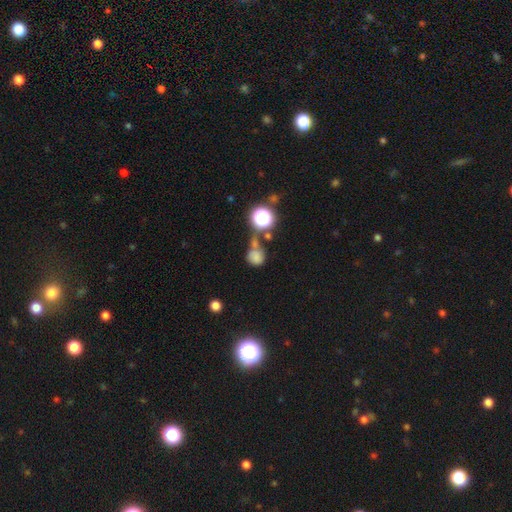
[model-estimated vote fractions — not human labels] Q: Smooth or featured?
A: smooth (73%); runner-up: star or artifact (18%)
Q: How rounded?
A: round (86%); runner-up: in between (13%)
Q: Merging?
A: none (47%); runner-up: merger (30%)